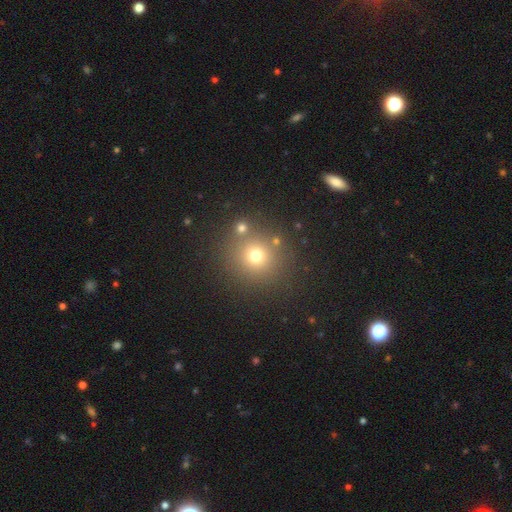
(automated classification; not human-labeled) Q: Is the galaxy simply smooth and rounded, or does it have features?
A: smooth — 70%.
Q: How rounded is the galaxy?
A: round — 92%.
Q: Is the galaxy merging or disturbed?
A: none — 78%.